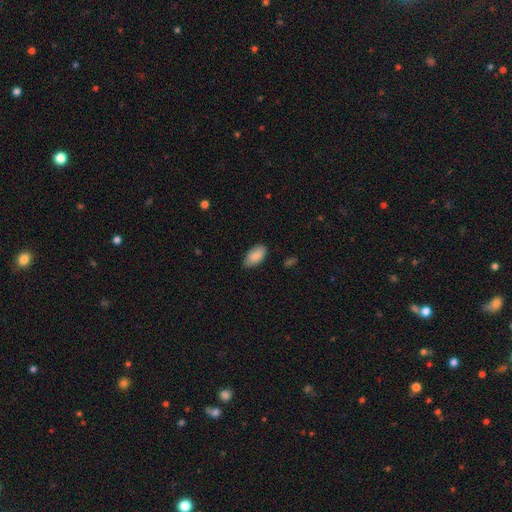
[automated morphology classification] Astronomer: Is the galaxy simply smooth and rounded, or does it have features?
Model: smooth — 88%.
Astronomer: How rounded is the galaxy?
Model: in between — 94%.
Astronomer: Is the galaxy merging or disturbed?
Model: none — 78%.